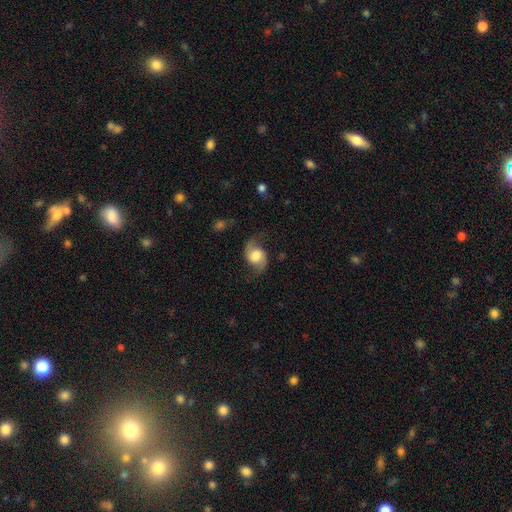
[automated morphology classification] Q: Smooth or featured?
A: featured or disk (61%); runner-up: smooth (31%)
Q: Edge-on disk?
A: no (96%); runner-up: yes (4%)
Q: Bar?
A: no (58%); runner-up: weak (33%)
Q: Spiral arms?
A: yes (91%); runner-up: no (9%)
Q: Spiral winding?
A: loose (63%); runner-up: medium (30%)
Q: Spiral arm count?
A: 2 (89%); runner-up: 1 (5%)
Q: Bulge size?
A: moderate (42%); runner-up: large (39%)
Q: Merging?
A: none (66%); runner-up: minor disturbance (21%)